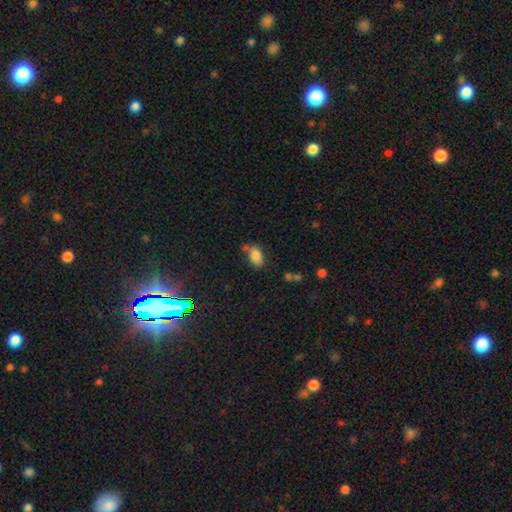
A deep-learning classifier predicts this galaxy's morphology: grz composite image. It shows a smooth galaxy with no disk features (81%) that is in between round and cigar-shaped (91%). Merging: none (59%).